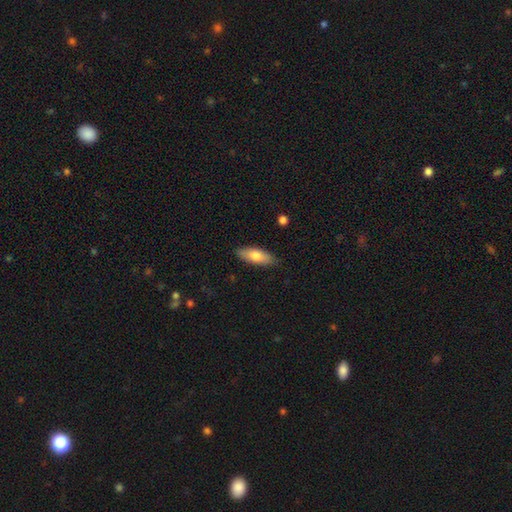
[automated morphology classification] The model was most divided on "how rounded": in between: 66%, cigar-shaped: 32%, round: 2%. More confident: merging — none (86%); smooth or featured — smooth (72%).